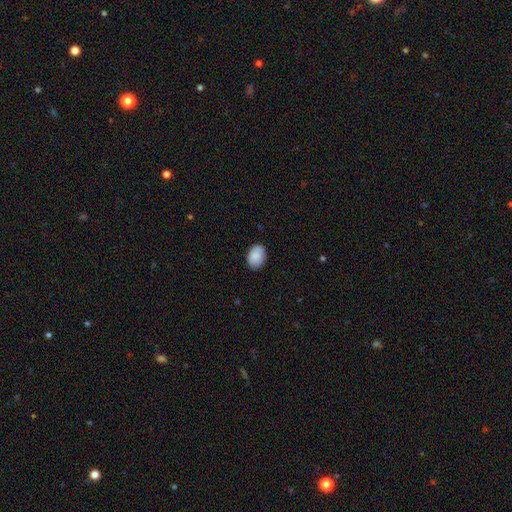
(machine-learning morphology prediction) smooth_or_featured: smooth (p=0.89) [alt: star or artifact p=0.07]
how_rounded: in between (p=0.77) [alt: round p=0.22]
merging: none (p=0.85) [alt: minor disturbance p=0.11]